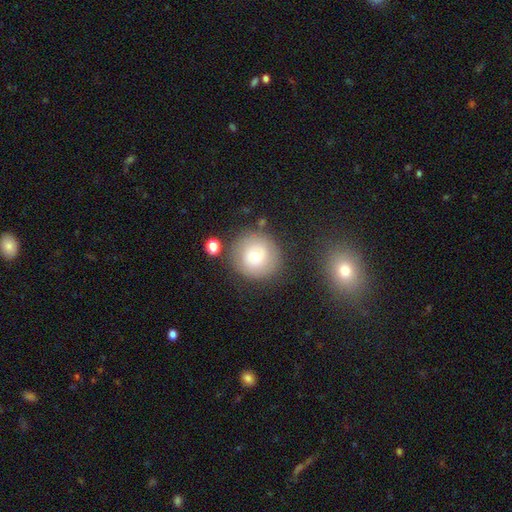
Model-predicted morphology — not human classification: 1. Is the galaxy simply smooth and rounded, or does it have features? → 64% smooth, 25% featured or disk, 10% star or artifact.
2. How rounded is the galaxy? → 93% round, 6% in between, 1% cigar-shaped.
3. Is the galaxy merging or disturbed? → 79% none, 12% minor disturbance, 5% merger, 4% major disturbance.